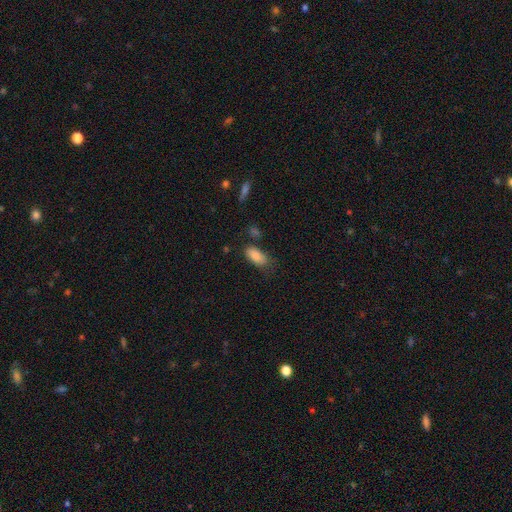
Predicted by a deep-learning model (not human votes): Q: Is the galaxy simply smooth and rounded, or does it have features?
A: smooth — 87%.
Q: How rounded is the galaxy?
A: in between — 91%.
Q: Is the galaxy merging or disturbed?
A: none — 60%.